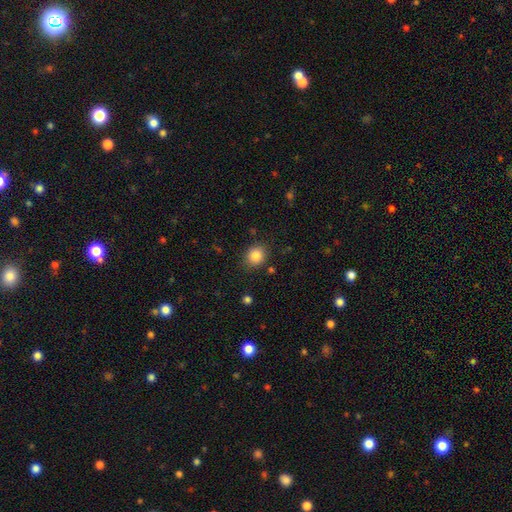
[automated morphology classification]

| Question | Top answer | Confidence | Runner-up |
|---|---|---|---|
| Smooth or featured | smooth | 85% | star or artifact (10%) |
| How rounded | round | 67% | in between (32%) |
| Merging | none | 86% | minor disturbance (9%) |